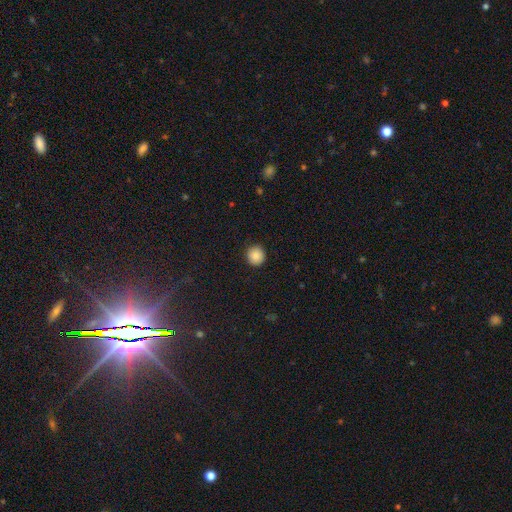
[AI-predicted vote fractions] This appears to be a smooth galaxy with no disk features (88%) that is round (94%). Merging: none (92%).